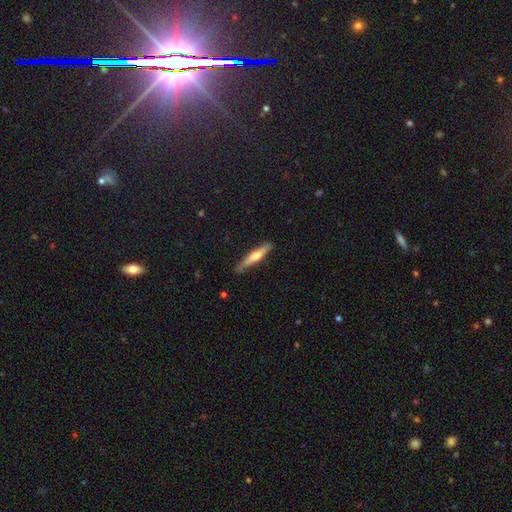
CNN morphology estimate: smooth_or_featured: featured or disk (p=0.48) [alt: smooth p=0.46]
merging: none (p=0.83) [alt: minor disturbance p=0.14]